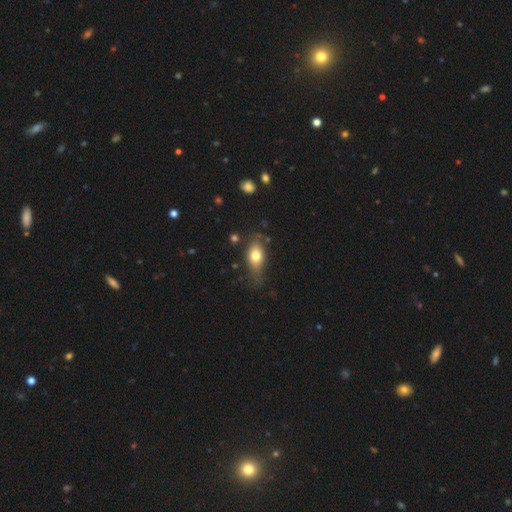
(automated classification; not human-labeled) Overall: smooth (74%). How rounded: in between (81%). Merging: none (54%; minor disturbance 31%).